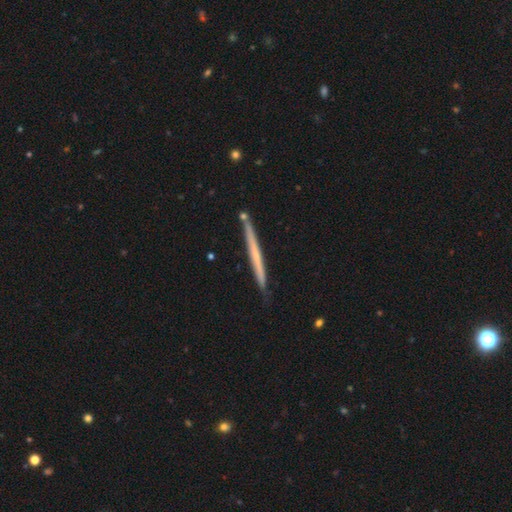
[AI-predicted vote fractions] Q: Smooth or featured?
A: featured or disk (54%); runner-up: smooth (41%)
Q: Edge-on disk?
A: yes (97%); runner-up: no (3%)
Q: Edge-on bulge?
A: none (84%); runner-up: rounded (13%)
Q: Merging?
A: none (86%); runner-up: minor disturbance (10%)